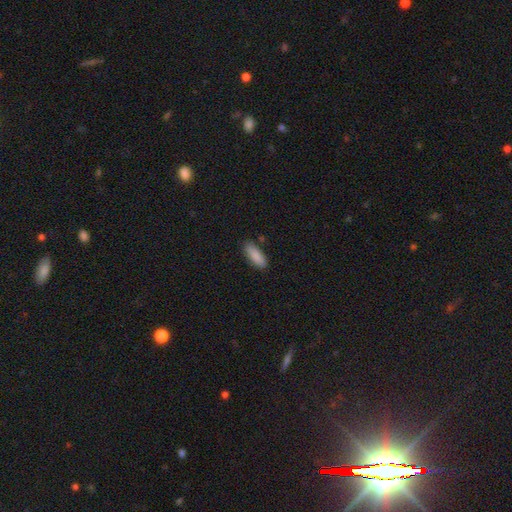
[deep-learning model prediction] Q: Smooth or featured?
A: smooth (88%); runner-up: star or artifact (6%)
Q: How rounded?
A: in between (65%); runner-up: cigar-shaped (33%)
Q: Merging?
A: none (84%); runner-up: minor disturbance (12%)